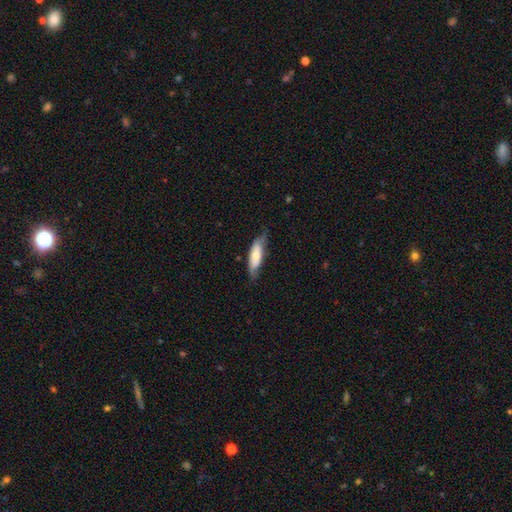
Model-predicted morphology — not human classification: A smooth galaxy with no disk features (61%) that is in between round and cigar-shaped (56%). Merging: none (63%).